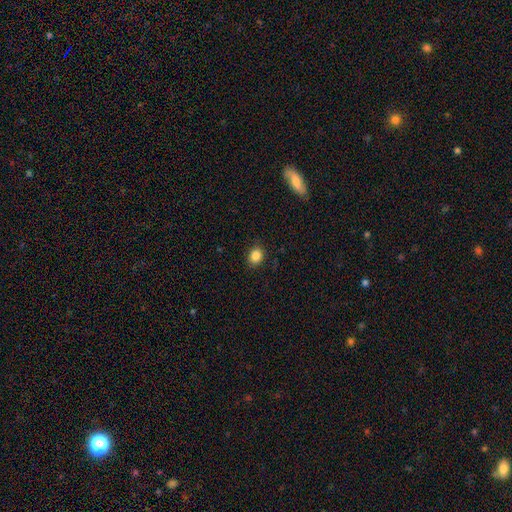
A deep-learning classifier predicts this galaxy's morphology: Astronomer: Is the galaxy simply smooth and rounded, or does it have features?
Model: smooth — 86%.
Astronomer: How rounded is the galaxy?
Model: round — 54% (runner-up: in between, 45%).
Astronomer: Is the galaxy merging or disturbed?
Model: none — 88%.